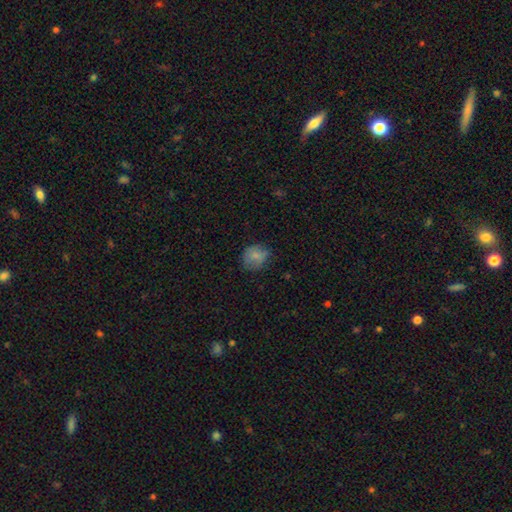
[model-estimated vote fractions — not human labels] A smooth galaxy with no disk features (75%) that is round (70%).

Vote fractions:
- Smooth or featured? smooth: 75% / featured or disk: 14% / star or artifact: 10%
- How rounded? round: 70% / in between: 29% / cigar-shaped: 1%
- Merging? none: 64% / minor disturbance: 25% / major disturbance: 10% / merger: 1%